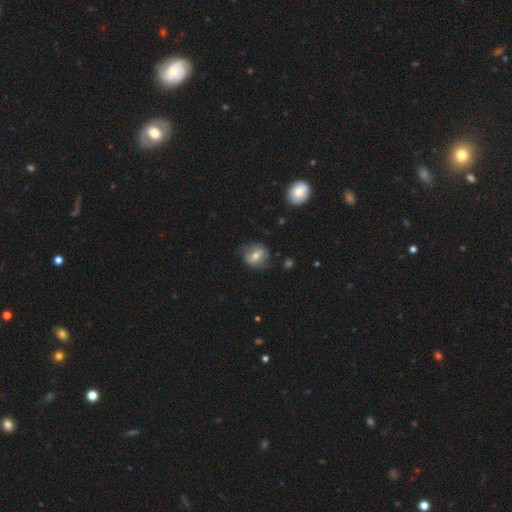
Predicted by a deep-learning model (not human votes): Smooth or featured? smooth (53%)
How rounded? round (65%)
Merging? none (69%)